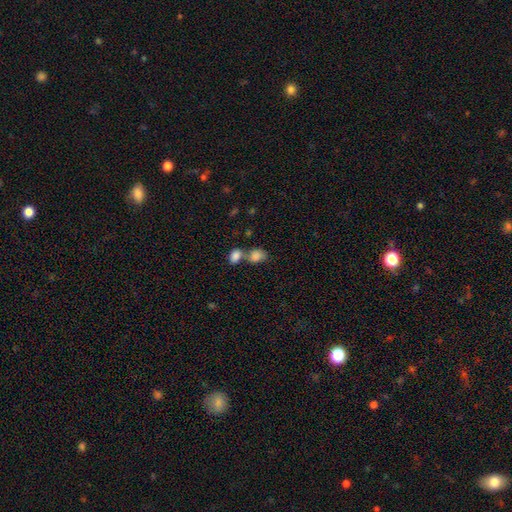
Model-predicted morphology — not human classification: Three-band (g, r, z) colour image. It shows a smooth galaxy with no disk features (84%) that is in between round and cigar-shaped (66%). Merging: merger (55%).